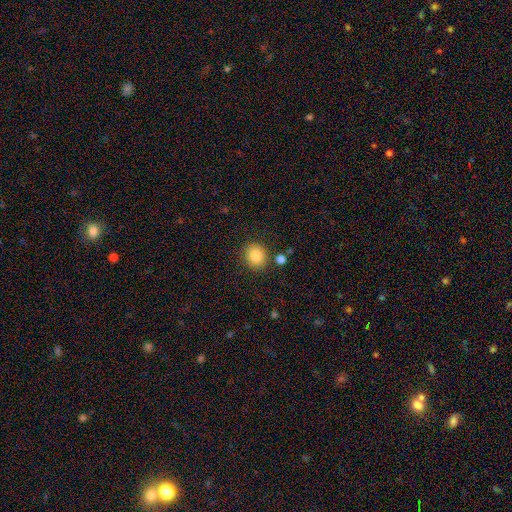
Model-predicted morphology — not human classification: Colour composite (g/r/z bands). It shows a smooth galaxy with no disk features (86%) that is round (81%). Merging: none (85%).